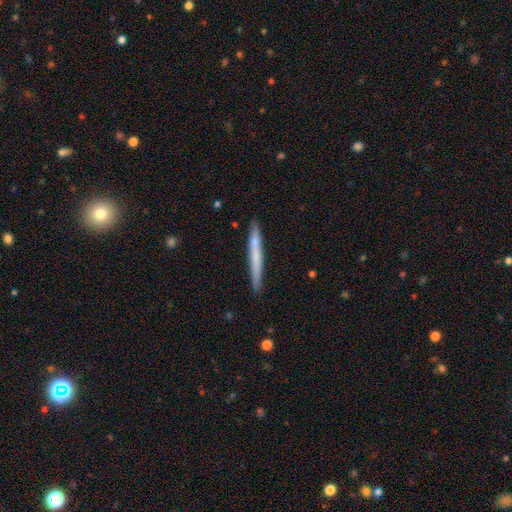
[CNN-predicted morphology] smooth_or_featured: smooth (p=0.58) [alt: featured or disk p=0.36]
how_rounded: cigar-shaped (p=0.97) [alt: in between p=0.02]
merging: none (p=0.88) [alt: minor disturbance p=0.09]